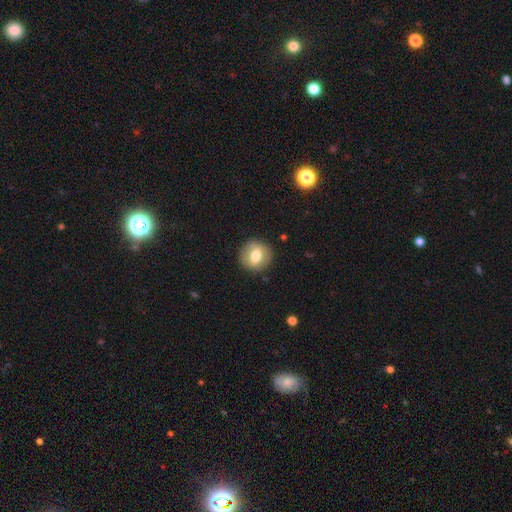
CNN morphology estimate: The model was most divided on "smooth or featured": smooth: 66%, featured or disk: 26%, star or artifact: 8%. More confident: merging — none (88%); how rounded — round (88%).